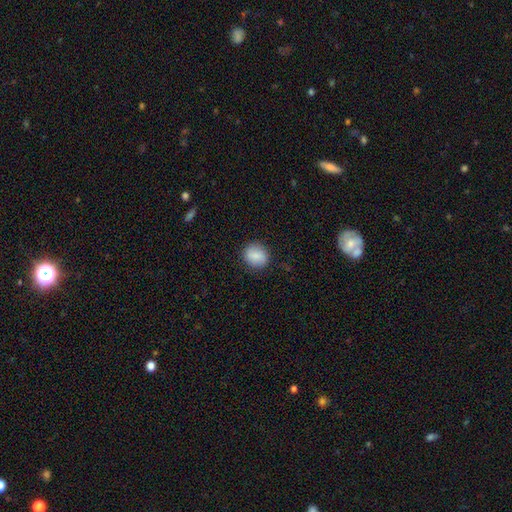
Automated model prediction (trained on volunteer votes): Smooth or featured? Predicted: smooth (p=0.85). How rounded? Predicted: round (p=0.74). Merging? Predicted: none (p=0.86).